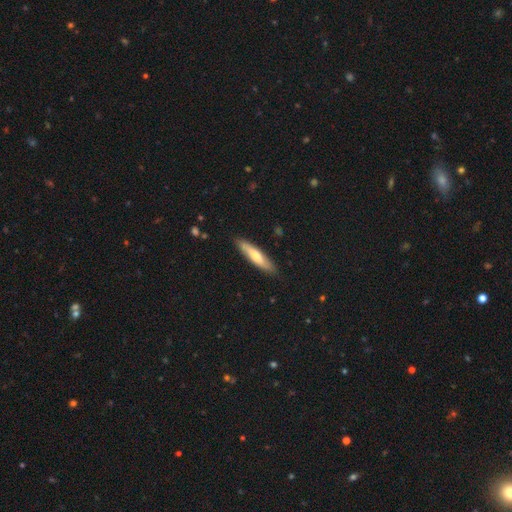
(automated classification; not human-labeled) A smooth galaxy with no disk features (61%) that is cigar-shaped (79%). Merging: none (85%).